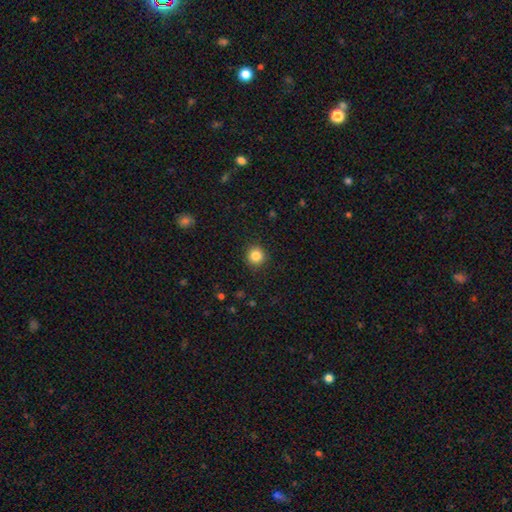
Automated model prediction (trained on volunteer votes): smooth 84%, star or artifact 11%, featured or disk 5%. Down the decision tree: how rounded — round (94%); merging — none (92%).